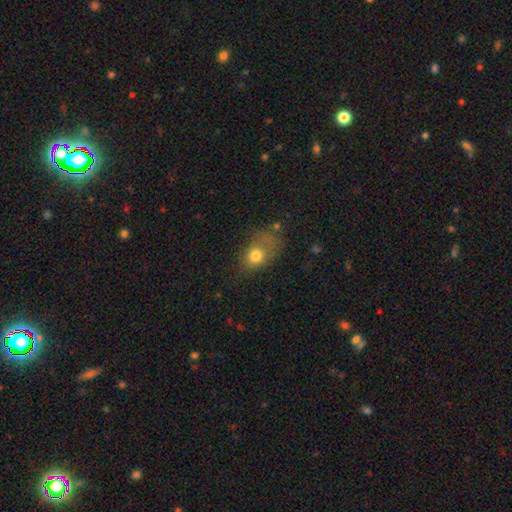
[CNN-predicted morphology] smooth 75%, featured or disk 14%, star or artifact 12%. Down the decision tree: how rounded — in between (64%); merging — none (39%).